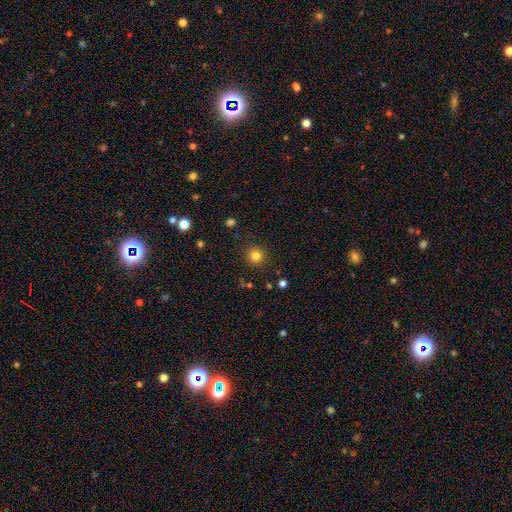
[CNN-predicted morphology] type=smooth (82%); roundness=round (94%); merging=none (90%).